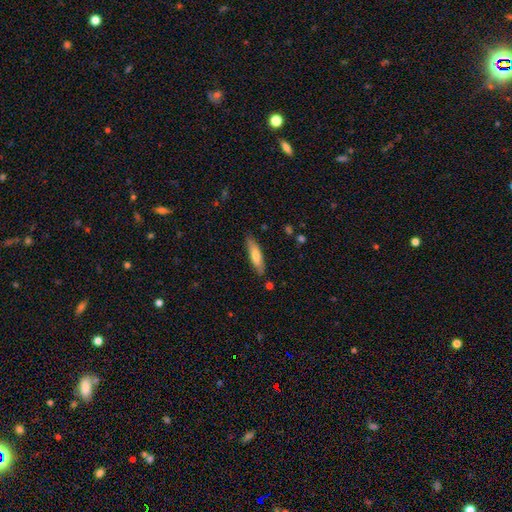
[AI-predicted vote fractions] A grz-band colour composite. It shows a smooth galaxy with no disk features (69%) that is cigar-shaped (73%). Merging: none (85%).